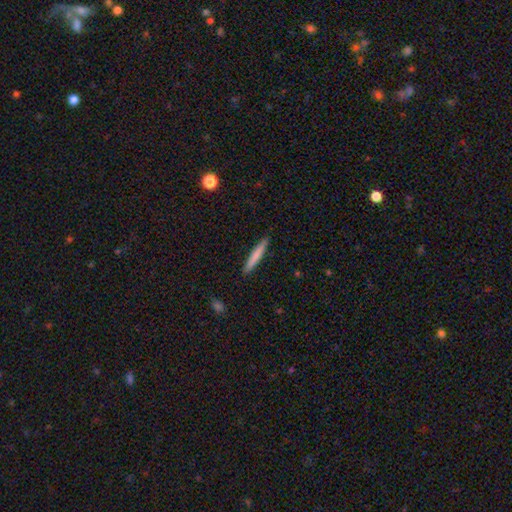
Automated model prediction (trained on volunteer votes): Morphology: type=smooth (75%); roundness=cigar-shaped (95%); merging=none (91%).